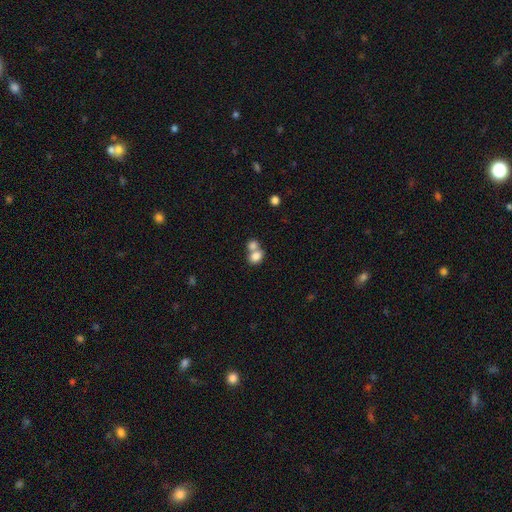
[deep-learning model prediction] Smooth or featured? smooth (78%)
How rounded? in between (50%)
Merging? merger (59%)